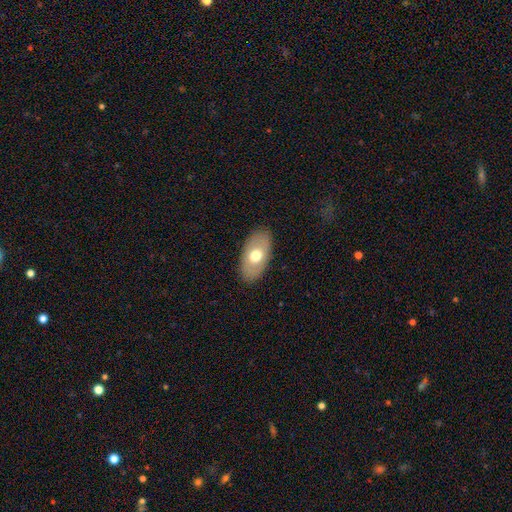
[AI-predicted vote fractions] smooth 63%, featured or disk 31%, star or artifact 6%. Down the decision tree: how rounded — in between (93%); merging — none (87%).